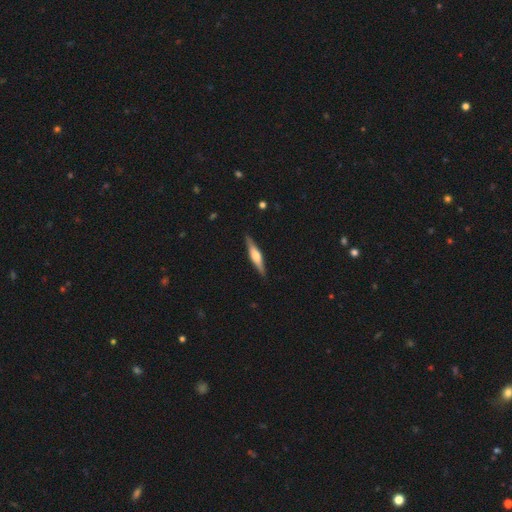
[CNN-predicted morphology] Smooth or featured? featured or disk (63%)
Edge-on disk? yes (96%)
Edge-on bulge? rounded (78%)
Merging? none (89%)